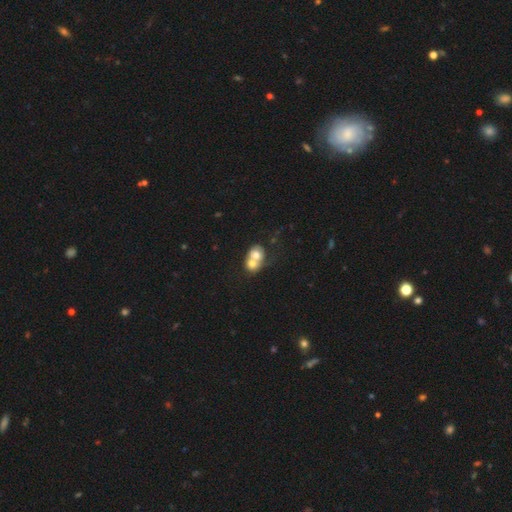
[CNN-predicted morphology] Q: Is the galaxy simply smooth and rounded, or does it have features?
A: smooth — 64%.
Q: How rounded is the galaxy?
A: round — 61%.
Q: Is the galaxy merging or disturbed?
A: merger — 78%.